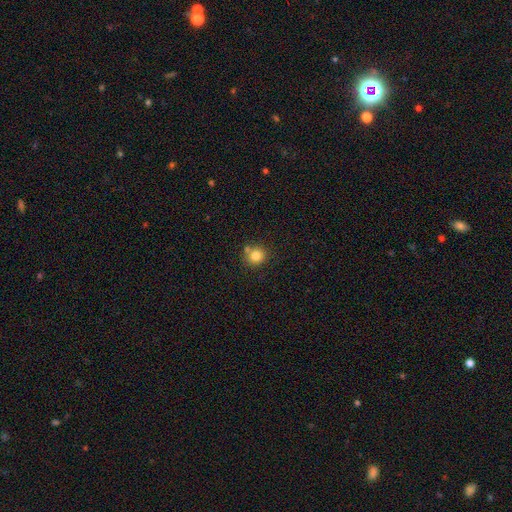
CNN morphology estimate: Q: Smooth or featured?
A: smooth (81%); runner-up: star or artifact (11%)
Q: How rounded?
A: round (86%); runner-up: in between (13%)
Q: Merging?
A: none (70%); runner-up: merger (16%)